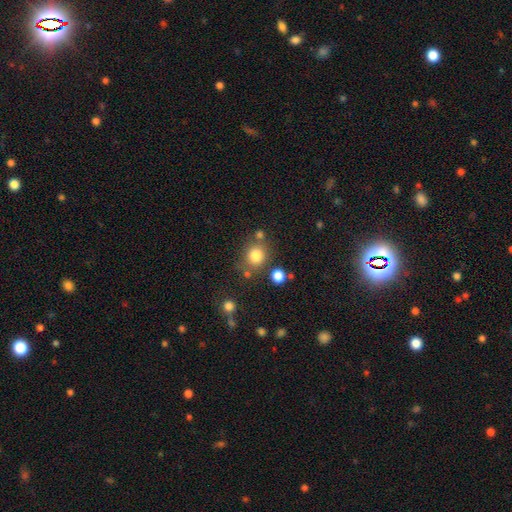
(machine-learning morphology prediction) A smooth galaxy with no disk features (81%) that is round (83%).

Vote fractions:
- Smooth or featured? smooth: 81% / star or artifact: 12% / featured or disk: 7%
- How rounded? round: 83% / in between: 16% / cigar-shaped: 1%
- Merging? none: 73% / minor disturbance: 11% / merger: 11% / major disturbance: 5%